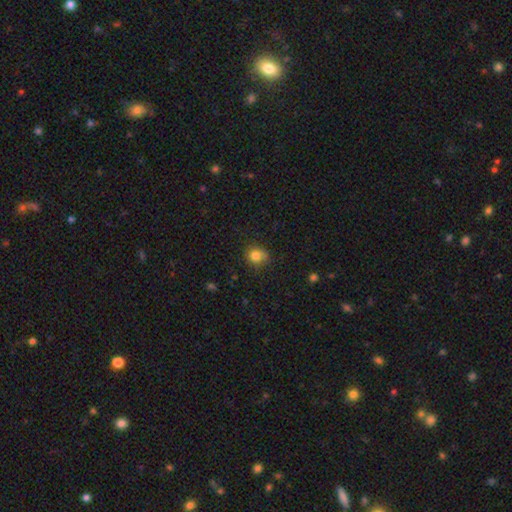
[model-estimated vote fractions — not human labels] This appears to be a smooth galaxy with no disk features (81%) that is round (77%). Merging: none (69%).